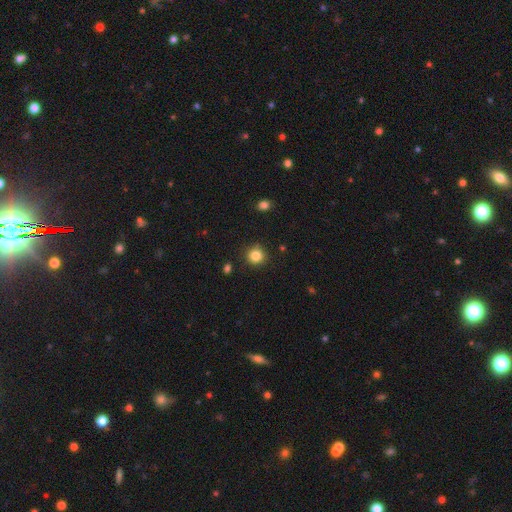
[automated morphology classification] Smooth or featured?
  - smooth: 84% *
  - star or artifact: 12%
  - featured or disk: 5%
How rounded?
  - round: 92% *
  - in between: 7%
  - cigar-shaped: 1%
Merging?
  - none: 86% *
  - minor disturbance: 9%
  - merger: 3%
  - major disturbance: 2%